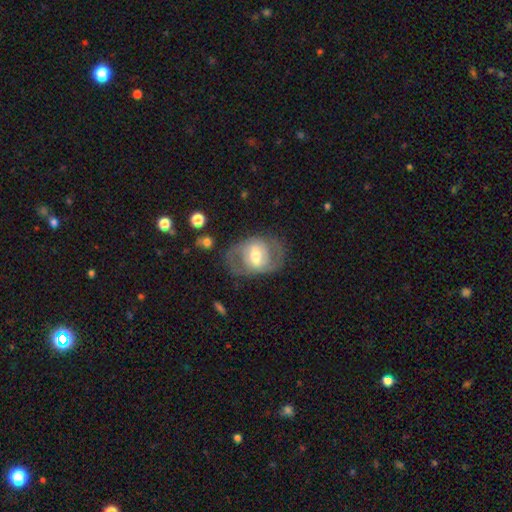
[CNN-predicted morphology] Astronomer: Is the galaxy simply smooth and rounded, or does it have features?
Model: featured or disk — 68%.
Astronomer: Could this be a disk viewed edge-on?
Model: no — 94%.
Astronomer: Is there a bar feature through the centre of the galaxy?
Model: weak — 44% (runner-up: strong, 33%).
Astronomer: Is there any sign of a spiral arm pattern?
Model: yes — 63%.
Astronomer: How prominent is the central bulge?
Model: moderate — 63%.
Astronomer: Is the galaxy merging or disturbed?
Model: none — 66%.